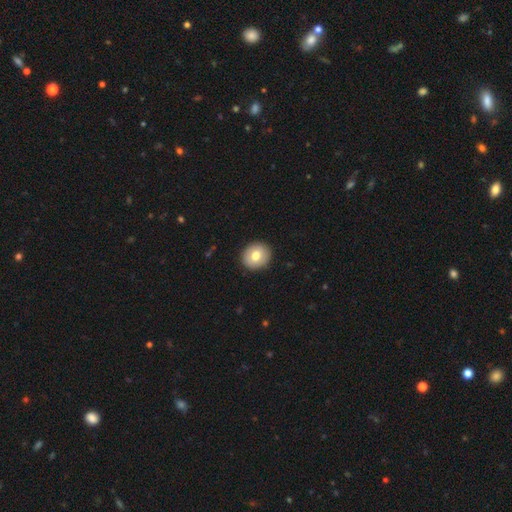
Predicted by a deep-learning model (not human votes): The model was most divided on "smooth or featured": smooth: 75%, featured or disk: 18%, star or artifact: 8%. More confident: merging — none (91%); how rounded — round (82%).